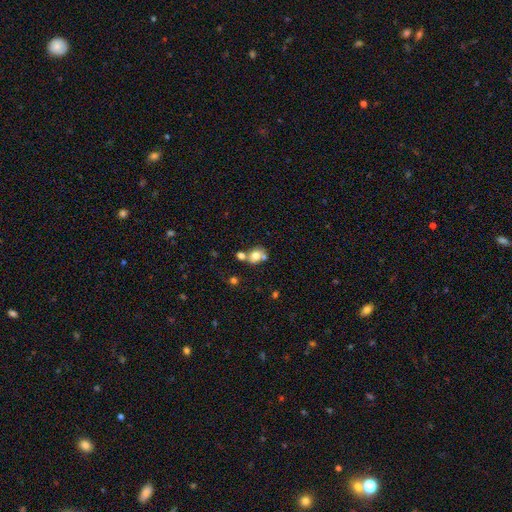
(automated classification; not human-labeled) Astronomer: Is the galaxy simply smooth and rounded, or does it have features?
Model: smooth — 73%.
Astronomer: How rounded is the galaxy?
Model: round — 52% (runner-up: in between, 47%).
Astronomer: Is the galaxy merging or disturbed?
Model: none — 46% (runner-up: merger, 35%).